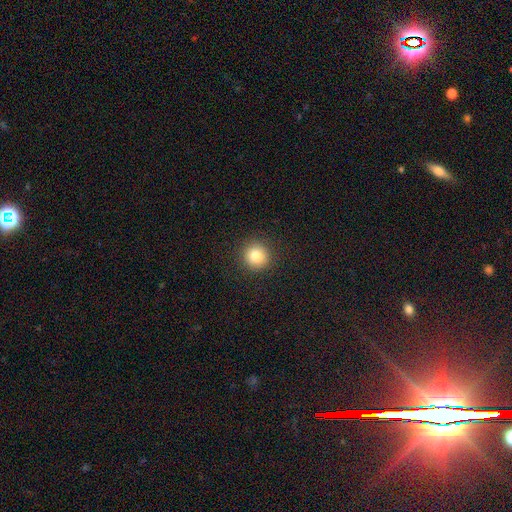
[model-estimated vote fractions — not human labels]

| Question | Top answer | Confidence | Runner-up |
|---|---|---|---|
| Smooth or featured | smooth | 83% | star or artifact (11%) |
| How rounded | round | 94% | in between (6%) |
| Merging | none | 91% | minor disturbance (6%) |